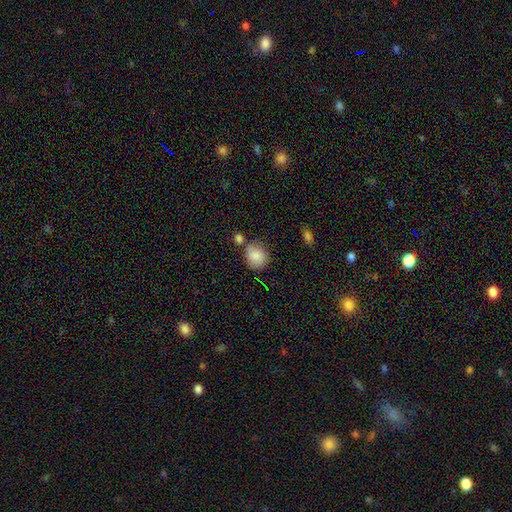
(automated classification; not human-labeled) Smooth or featured?
  - smooth: 85% *
  - star or artifact: 8%
  - featured or disk: 7%
How rounded?
  - round: 71% *
  - in between: 28%
  - cigar-shaped: 1%
Merging?
  - none: 66% *
  - minor disturbance: 17%
  - merger: 12%
  - major disturbance: 5%